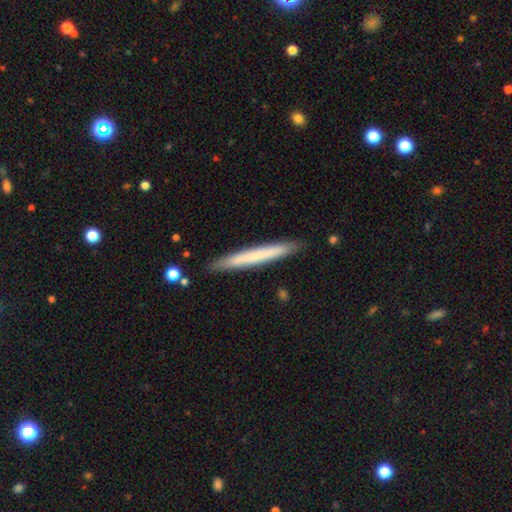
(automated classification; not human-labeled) A smooth galaxy with no disk features (62%) that is cigar-shaped (97%). Merging: none (90%).